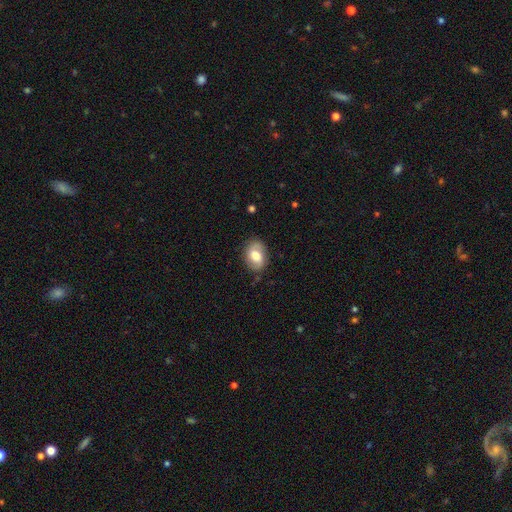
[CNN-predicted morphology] A smooth galaxy with no disk features (69%) that is in between round and cigar-shaped (76%). Merging: none (79%).